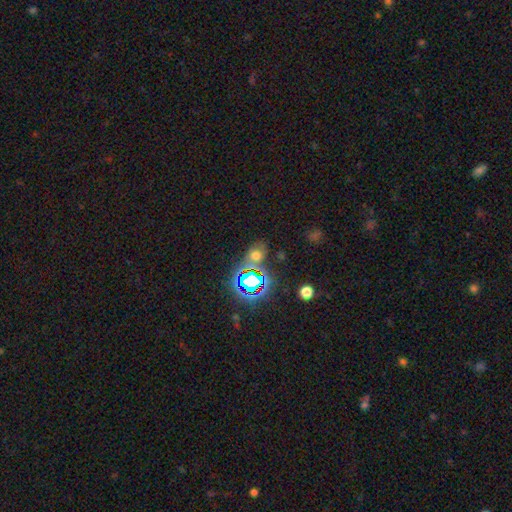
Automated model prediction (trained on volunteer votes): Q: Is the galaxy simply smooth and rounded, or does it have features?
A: smooth — 46%.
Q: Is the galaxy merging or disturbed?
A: none — 66%.